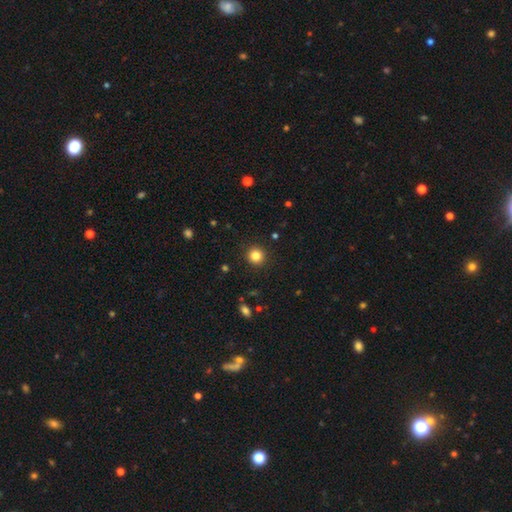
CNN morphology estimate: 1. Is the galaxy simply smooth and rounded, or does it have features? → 83% smooth, 12% star or artifact, 5% featured or disk.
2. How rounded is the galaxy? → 94% round, 5% in between, 1% cigar-shaped.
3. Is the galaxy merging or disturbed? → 92% none, 5% minor disturbance, 2% major disturbance, 1% merger.